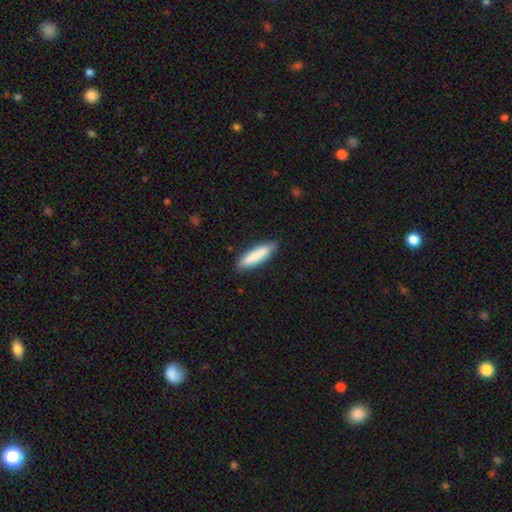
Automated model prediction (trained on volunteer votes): smooth_or_featured: smooth (p=0.85) [alt: featured or disk p=0.10]
how_rounded: cigar-shaped (p=0.73) [alt: in between p=0.26]
merging: none (p=0.85) [alt: minor disturbance p=0.12]